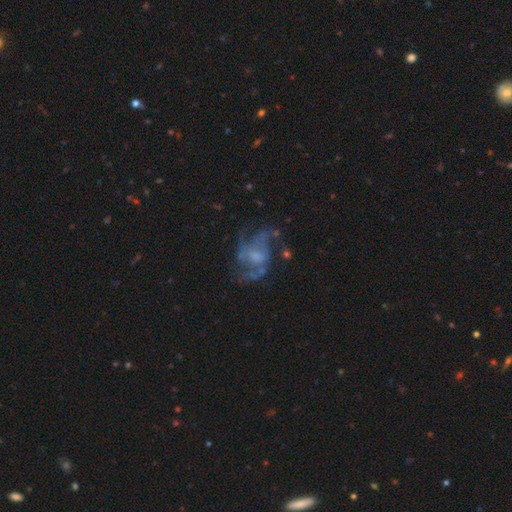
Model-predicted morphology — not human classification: This appears to be a featured or disk galaxy (70%) with no bar (63%), spiral arms (60%) and a moderate central bulge (35%). Merging: none (45%).